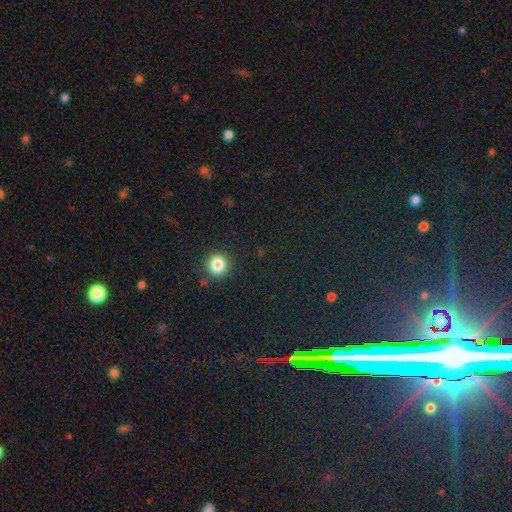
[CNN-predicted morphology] Smooth or featured: star or artifact — 67% (smooth — 22%)